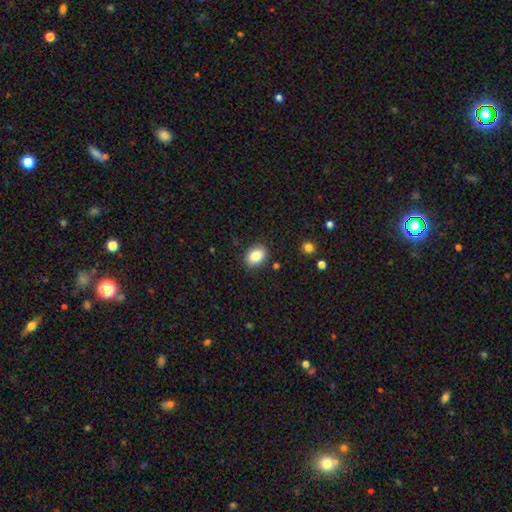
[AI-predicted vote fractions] Smooth or featured?
  - smooth: 85% *
  - star or artifact: 8%
  - featured or disk: 7%
How rounded?
  - in between: 77% *
  - round: 22%
  - cigar-shaped: 1%
Merging?
  - none: 87% *
  - minor disturbance: 9%
  - major disturbance: 2%
  - merger: 2%